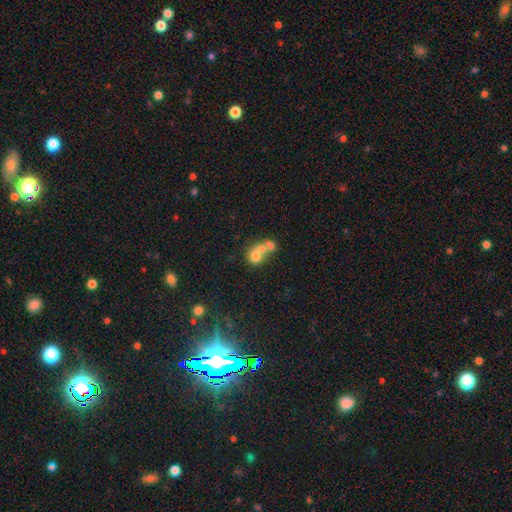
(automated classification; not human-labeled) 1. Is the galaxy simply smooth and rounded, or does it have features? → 62% smooth, 26% featured or disk, 12% star or artifact.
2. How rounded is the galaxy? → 67% round, 32% in between, 1% cigar-shaped.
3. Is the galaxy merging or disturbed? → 67% merger, 22% none, 6% minor disturbance, 5% major disturbance.